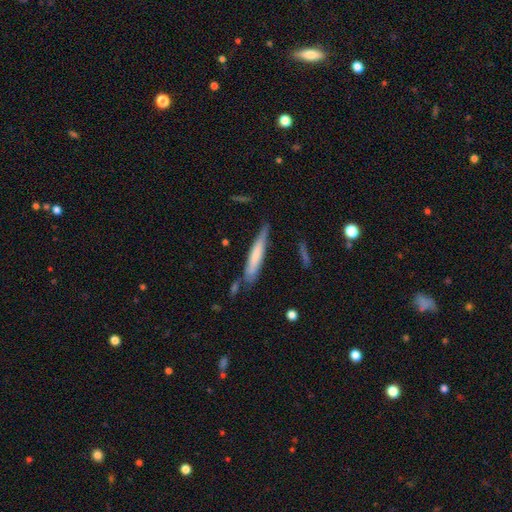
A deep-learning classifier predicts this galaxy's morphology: A smooth galaxy with no disk features (62%) that is cigar-shaped (90%). Merging: none (64%).